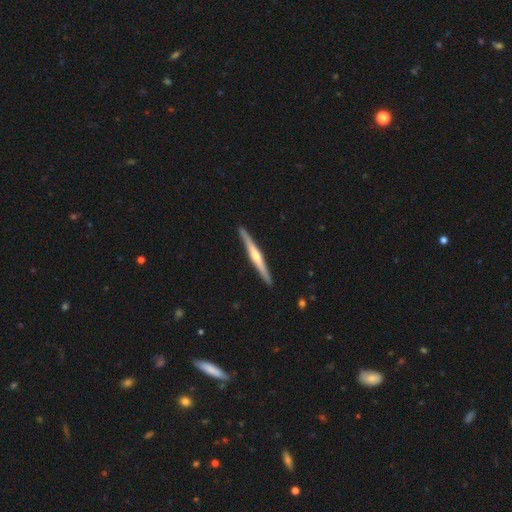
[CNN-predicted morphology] This appears to be a featured or disk galaxy (73%) viewed edge-on (98%) with a rounded central bulge (80%). Merging: none (92%).